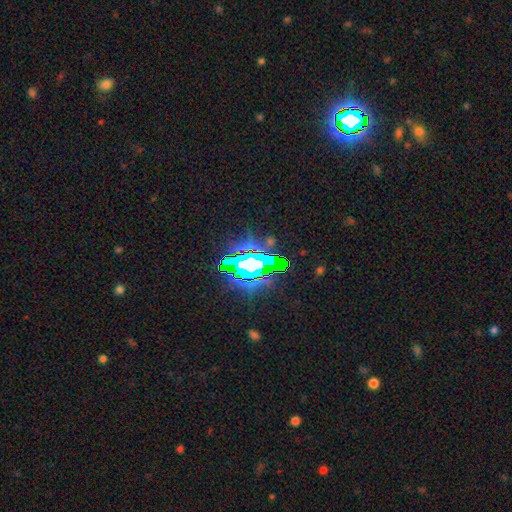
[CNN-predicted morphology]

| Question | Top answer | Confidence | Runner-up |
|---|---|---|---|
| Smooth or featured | star or artifact | 82% | smooth (10%) |